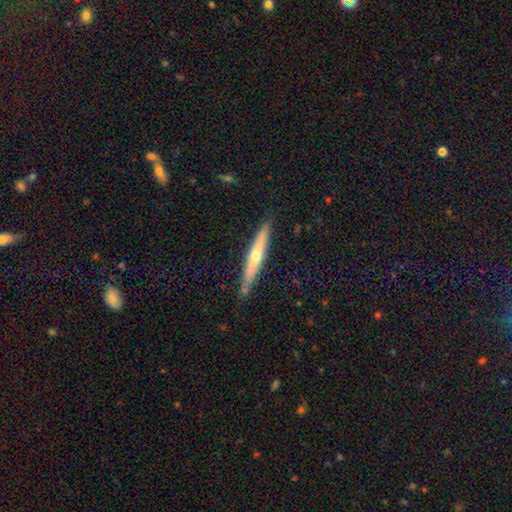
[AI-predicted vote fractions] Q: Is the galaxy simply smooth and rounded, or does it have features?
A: featured or disk — 59%.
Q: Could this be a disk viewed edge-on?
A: yes — 93%.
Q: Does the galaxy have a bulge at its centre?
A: rounded — 79%.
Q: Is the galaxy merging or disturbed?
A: none — 84%.